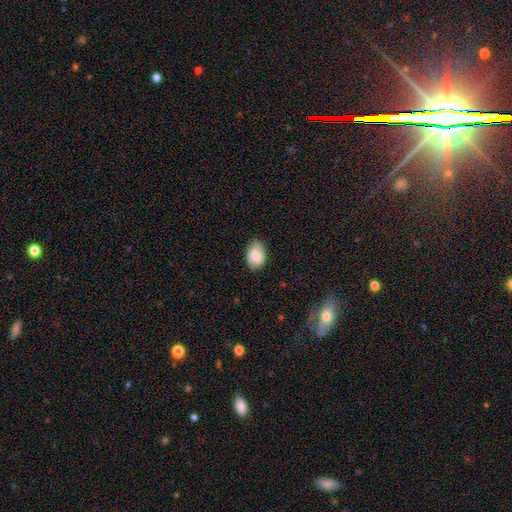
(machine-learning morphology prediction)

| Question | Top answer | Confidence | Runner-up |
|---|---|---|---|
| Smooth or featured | smooth | 63% | featured or disk (30%) |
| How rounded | in between | 85% | round (14%) |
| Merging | none | 77% | minor disturbance (18%) |